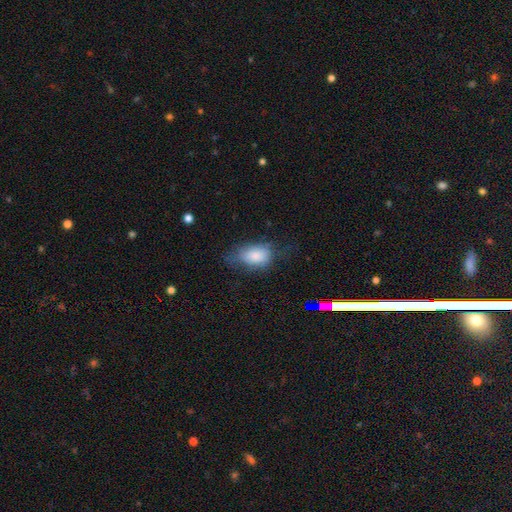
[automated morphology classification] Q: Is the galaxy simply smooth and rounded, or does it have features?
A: smooth — 79%.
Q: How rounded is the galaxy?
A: in between — 88%.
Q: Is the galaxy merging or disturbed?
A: none — 47%.